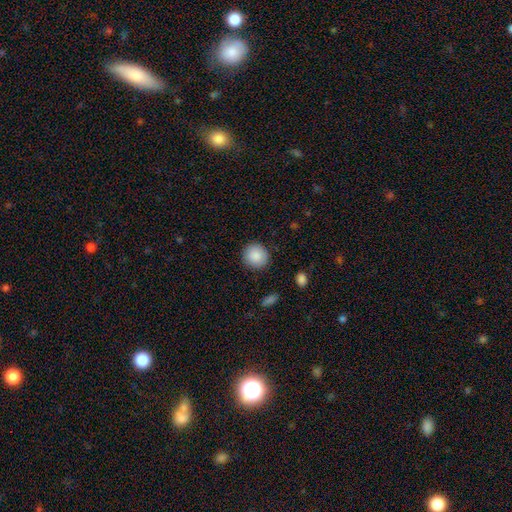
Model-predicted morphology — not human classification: Q: Smooth or featured?
A: smooth (88%); runner-up: star or artifact (7%)
Q: How rounded?
A: round (92%); runner-up: in between (7%)
Q: Merging?
A: none (90%); runner-up: minor disturbance (7%)